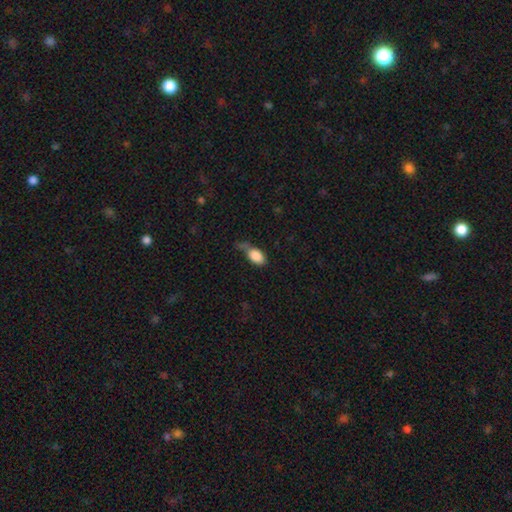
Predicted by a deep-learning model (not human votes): smooth_or_featured: smooth (p=0.86) [alt: star or artifact p=0.07]
how_rounded: in between (p=0.90) [alt: round p=0.08]
merging: none (p=0.39) [alt: minor disturbance p=0.33]